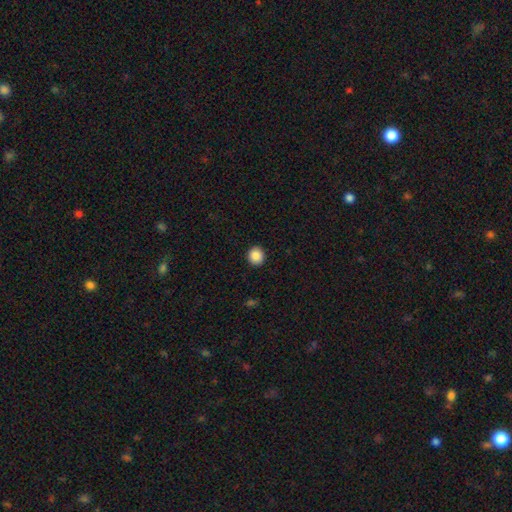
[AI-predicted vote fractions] This is clearly a smooth galaxy (88%). How rounded: clearly round (89%). Merging: clearly none (93%).